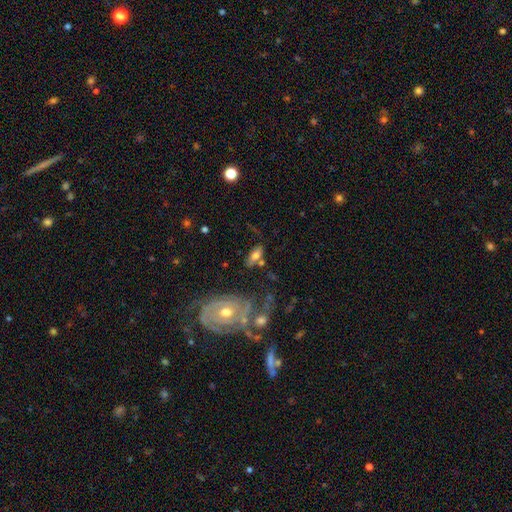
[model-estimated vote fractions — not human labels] Overall: smooth (60%; featured or disk 32%). How rounded: in between (82%). Merging: none (60%).